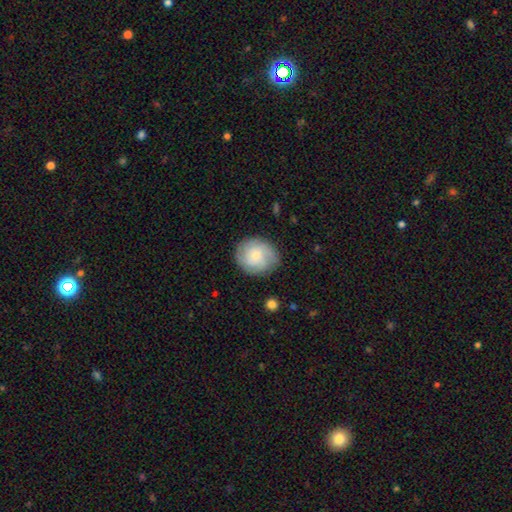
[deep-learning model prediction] Smooth or featured? Predicted: featured or disk (p=0.47). Merging? Predicted: none (p=0.81).